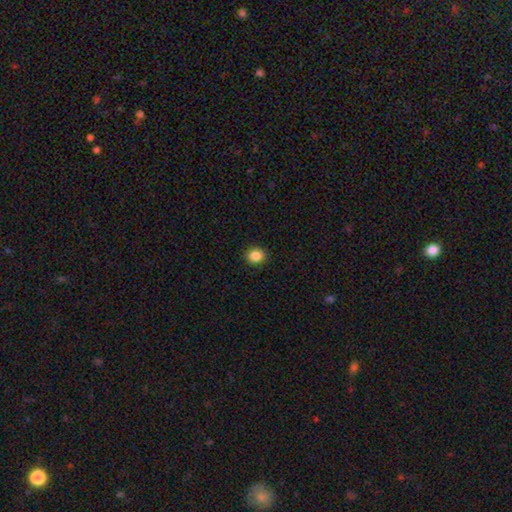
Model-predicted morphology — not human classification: Smooth or featured? Predicted: smooth (p=0.86). How rounded? Predicted: round (p=0.75). Merging? Predicted: none (p=0.92).